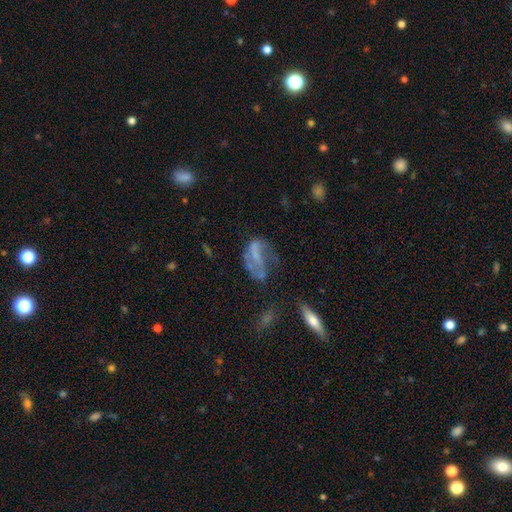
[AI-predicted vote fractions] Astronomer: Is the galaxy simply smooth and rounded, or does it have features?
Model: featured or disk — 54% (runner-up: smooth, 30%).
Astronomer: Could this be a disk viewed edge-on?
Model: no — 94%.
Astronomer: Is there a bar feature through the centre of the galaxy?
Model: no — 59%.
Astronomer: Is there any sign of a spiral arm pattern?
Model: no — 60% (runner-up: yes, 40%).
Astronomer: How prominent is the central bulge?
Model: none — 71%.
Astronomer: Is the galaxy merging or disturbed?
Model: major disturbance — 38% (runner-up: none, 31%).